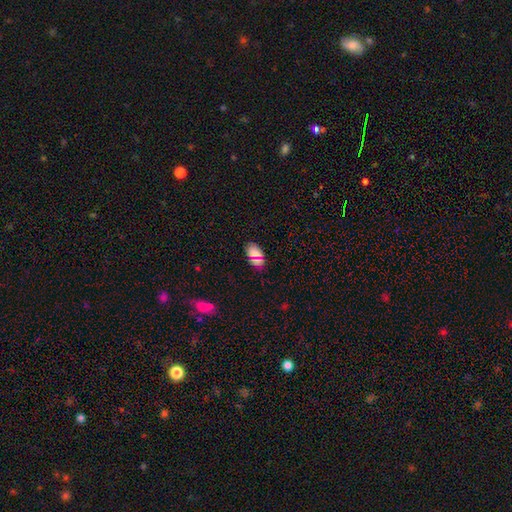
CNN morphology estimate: smooth-or-featured: smooth: 74% | star or artifact: 19% | featured or disk: 7%
  how-rounded: in between: 90% | round: 7% | cigar-shaped: 3%
  merging: none: 86% | minor disturbance: 10% | major disturbance: 3% | merger: 2%